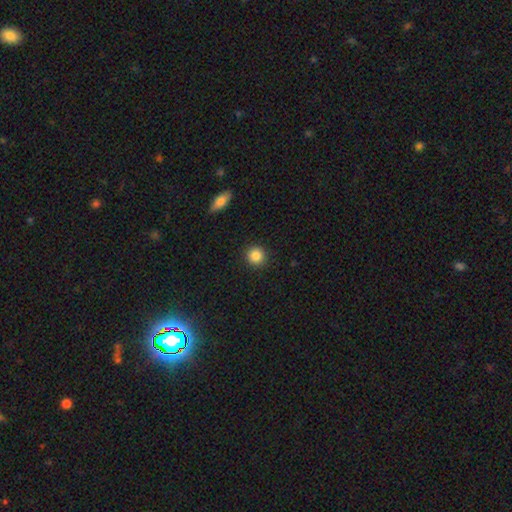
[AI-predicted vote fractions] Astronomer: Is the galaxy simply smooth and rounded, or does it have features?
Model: smooth — 86%.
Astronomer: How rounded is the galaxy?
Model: round — 93%.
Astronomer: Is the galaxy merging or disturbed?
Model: none — 92%.